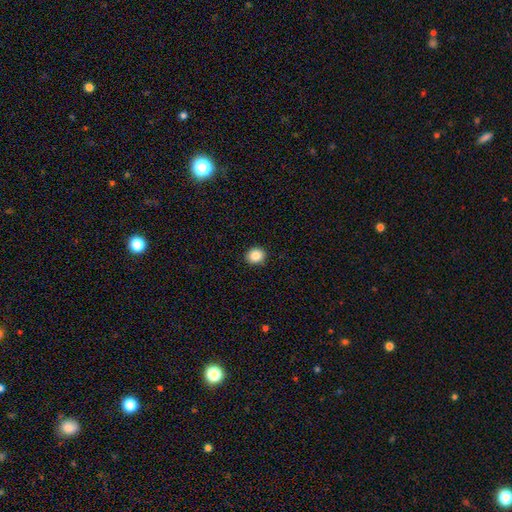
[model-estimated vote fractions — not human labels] Overall: smooth (86%). How rounded: round (76%). Merging: none (92%).